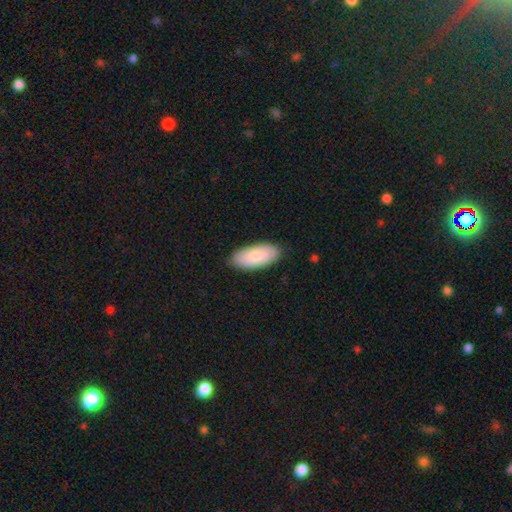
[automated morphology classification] This is likely a smooth galaxy (79%). How rounded: clearly in between (91%). Merging: clearly none (86%).